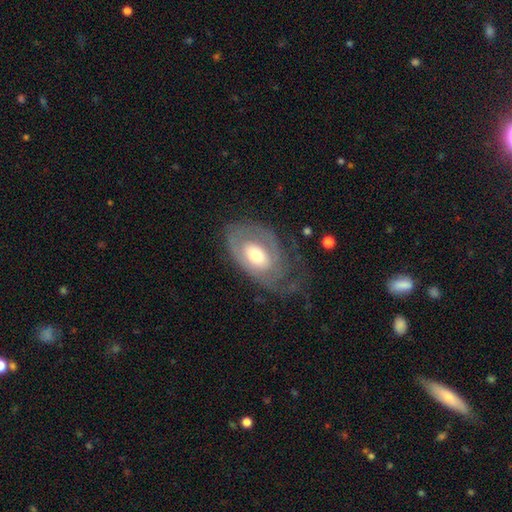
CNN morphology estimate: featured or disk 62%, smooth 32%, star or artifact 6%. Down the decision tree: edge-on disk — no (93%); bar — no (72%); spiral arms — yes (64%); bulge size — moderate (60%); merging — none (46%).